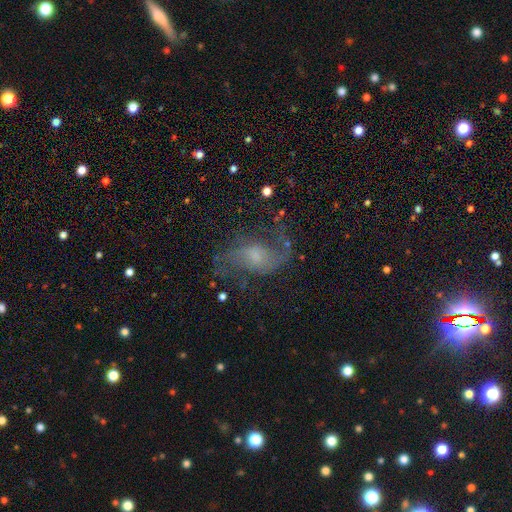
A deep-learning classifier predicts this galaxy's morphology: A featured or disk galaxy (79%) with no bar (52%), 2 (89%) loose (65%) spiral arms (92%) and a small central bulge (40%).

Vote fractions:
- Smooth or featured? featured or disk: 79% / smooth: 12% / star or artifact: 9%
- Edge-on disk? no: 97% / yes: 3%
- Bar? no: 52% / weak: 39% / strong: 8%
- Spiral arms? yes: 92% / no: 8%
- Spiral winding? loose: 65% / medium: 29% / tight: 6%
- Spiral arm count? 2: 89% / can't tell: 4% / 1: 4% / 3: 1% / 4: 1% / more than 4: 1%
- Bulge size? small: 40% / moderate: 38% / none: 12% / large: 8% / dominant: 2%
- Merging? none: 64% / minor disturbance: 17% / major disturbance: 16% / merger: 3%